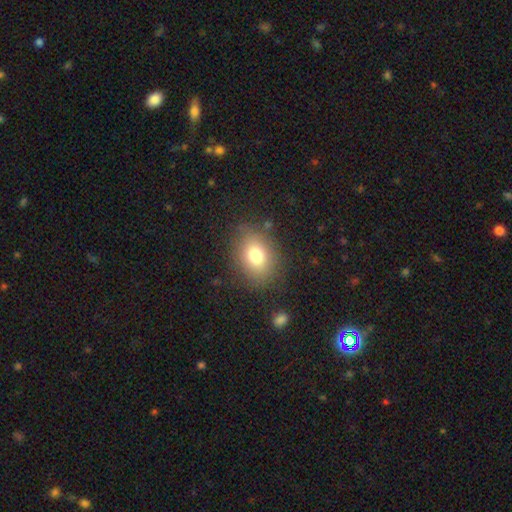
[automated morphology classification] smooth_or_featured: smooth (p=0.78) [alt: featured or disk p=0.11]
how_rounded: in between (p=0.58) [alt: round p=0.41]
merging: none (p=0.81) [alt: minor disturbance p=0.12]